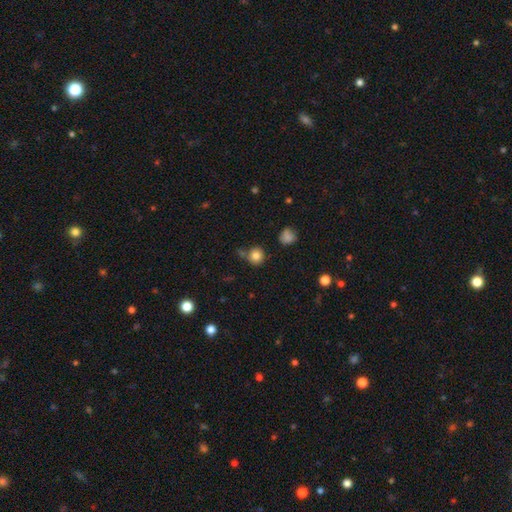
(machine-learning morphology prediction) A smooth galaxy with no disk features (82%) that is round (89%).

Vote fractions:
- Smooth or featured? smooth: 82% / star or artifact: 12% / featured or disk: 6%
- How rounded? round: 89% / in between: 10% / cigar-shaped: 1%
- Merging? none: 71% / minor disturbance: 13% / merger: 12% / major disturbance: 4%